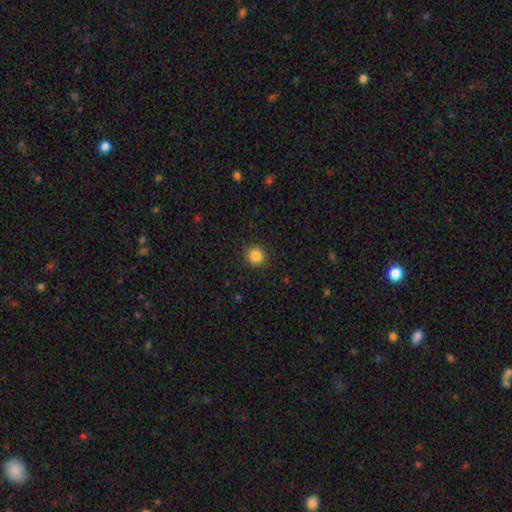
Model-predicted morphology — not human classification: type=smooth (85%); roundness=round (94%); merging=none (91%).